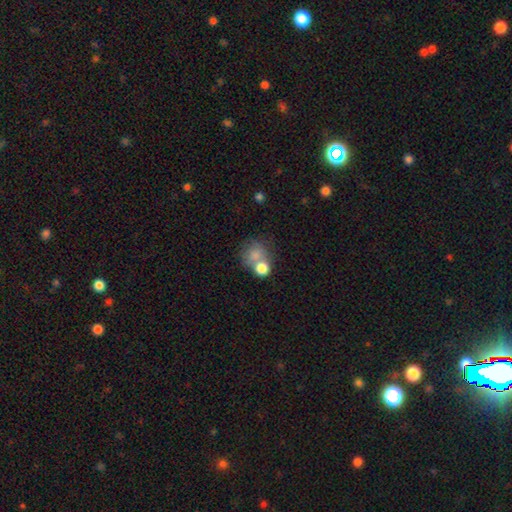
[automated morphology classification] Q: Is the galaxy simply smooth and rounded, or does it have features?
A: smooth — 77%.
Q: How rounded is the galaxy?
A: round — 74%.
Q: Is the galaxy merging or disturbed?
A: merger — 45%.